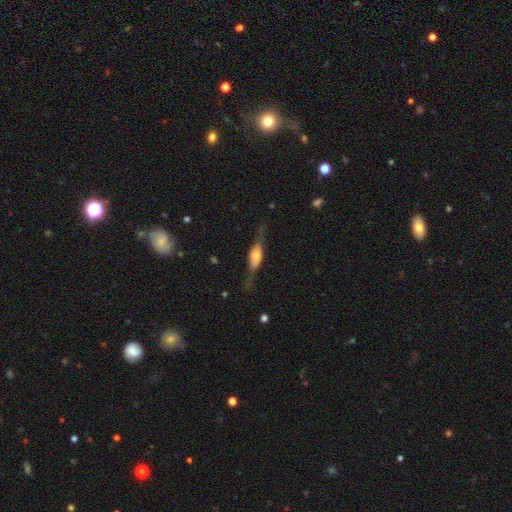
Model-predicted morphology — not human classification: This is possibly a featured or disk galaxy (58%). It is clearly viewed edge-on (85%). Merging: likely none (69%).